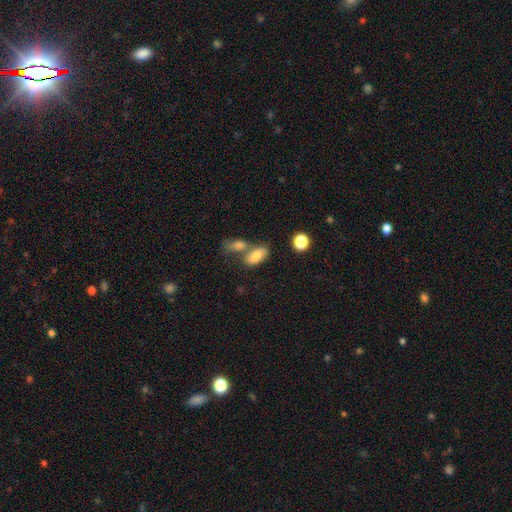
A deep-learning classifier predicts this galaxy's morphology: Smooth or featured?
  - smooth: 82% *
  - featured or disk: 9%
  - star or artifact: 8%
How rounded?
  - in between: 90% *
  - cigar-shaped: 6%
  - round: 5%
Merging?
  - none: 42% *
  - merger: 39%
  - minor disturbance: 13%
  - major disturbance: 6%